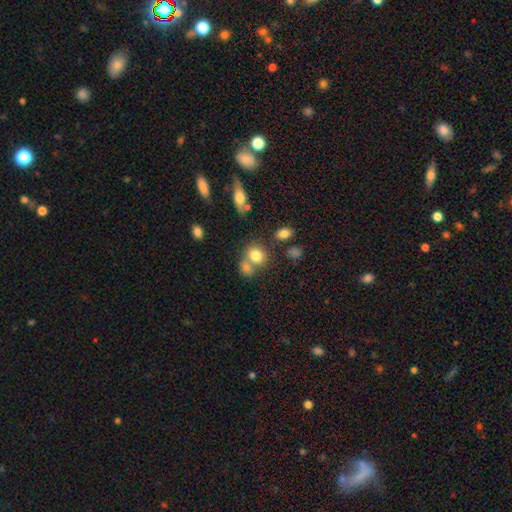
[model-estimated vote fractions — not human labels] The model was most divided on "merging": none: 46%, merger: 39%, minor disturbance: 10%, major disturbance: 5%. More confident: smooth or featured — smooth (79%); how rounded — round (68%).